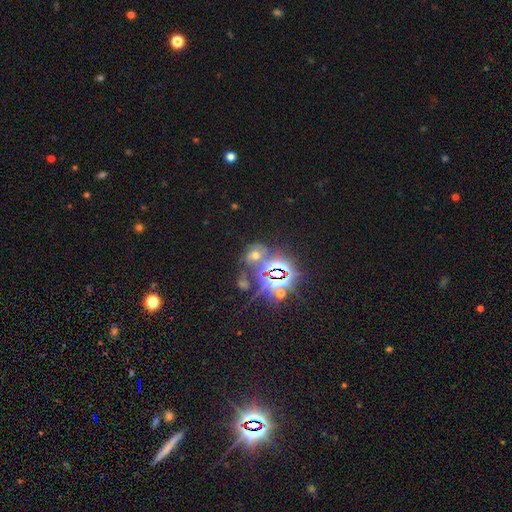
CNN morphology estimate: type=star or artifact (59%).